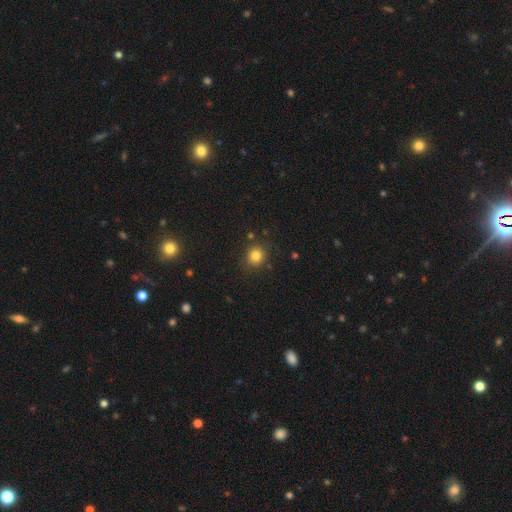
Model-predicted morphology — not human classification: type=smooth (81%); roundness=round (83%); merging=none (84%).